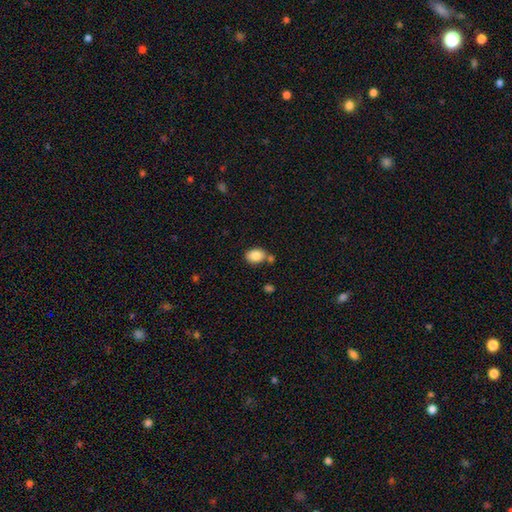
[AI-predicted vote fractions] Smooth or featured?
  - smooth: 86% *
  - star or artifact: 8%
  - featured or disk: 6%
How rounded?
  - in between: 74% *
  - round: 25%
  - cigar-shaped: 1%
Merging?
  - none: 67% *
  - merger: 16%
  - minor disturbance: 14%
  - major disturbance: 4%